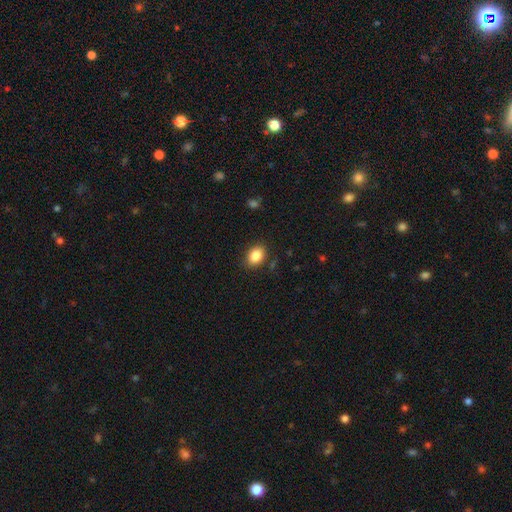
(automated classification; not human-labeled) Smooth or featured?
  - smooth: 86% *
  - star or artifact: 9%
  - featured or disk: 5%
How rounded?
  - in between: 71% *
  - round: 28%
  - cigar-shaped: 1%
Merging?
  - none: 85% *
  - minor disturbance: 11%
  - major disturbance: 3%
  - merger: 2%